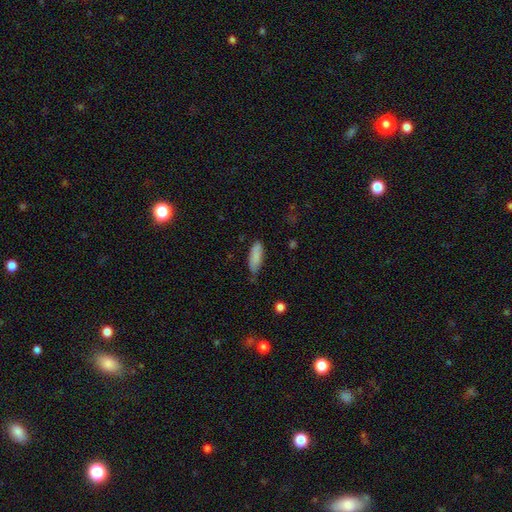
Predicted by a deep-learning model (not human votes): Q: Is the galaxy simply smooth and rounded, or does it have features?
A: smooth — 86%.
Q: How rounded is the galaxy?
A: in between — 74%.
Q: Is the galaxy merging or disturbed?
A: none — 63%.